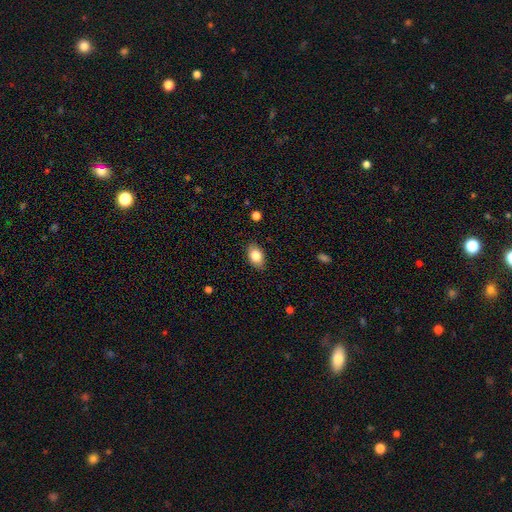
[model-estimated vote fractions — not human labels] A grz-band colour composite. It shows a smooth galaxy with no disk features (83%) that is in between round and cigar-shaped (84%). Merging: none (86%).